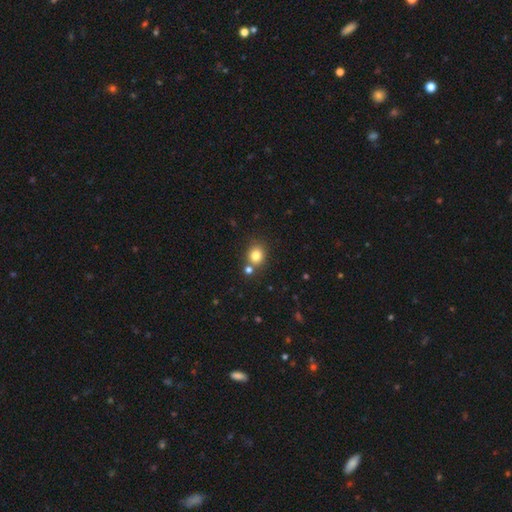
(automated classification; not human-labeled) Smooth or featured: smooth — 80% (star or artifact — 12%)
How rounded: round — 77% (in between — 23%)
Merging: none — 70% (merger — 18%)